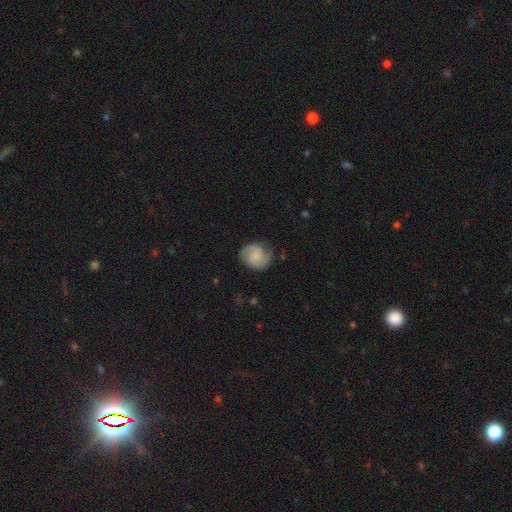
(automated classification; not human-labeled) featured or disk 55%, smooth 37%, star or artifact 8%. Down the decision tree: edge-on disk — no (98%); bar — no (66%); spiral arms — yes (93%); bulge size — none (38%); merging — none (71%).